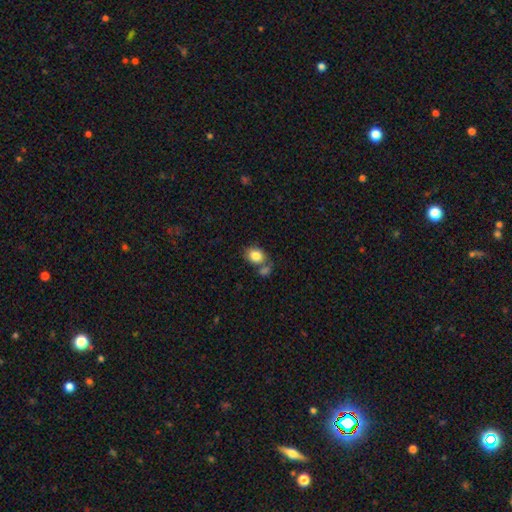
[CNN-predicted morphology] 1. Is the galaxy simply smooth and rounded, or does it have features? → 84% smooth, 9% star or artifact, 8% featured or disk.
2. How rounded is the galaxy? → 54% in between, 45% round, 1% cigar-shaped.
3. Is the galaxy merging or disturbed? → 56% none, 26% merger, 14% minor disturbance, 5% major disturbance.